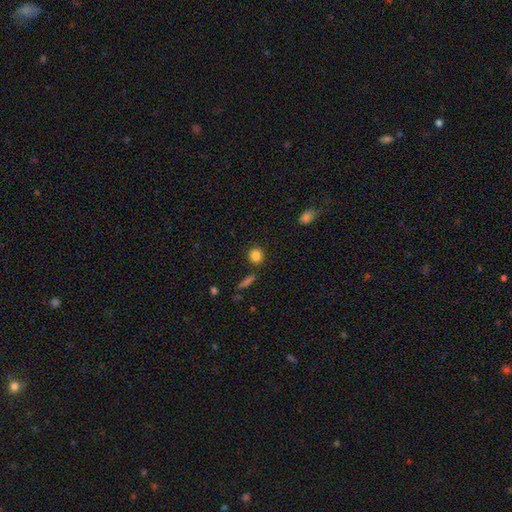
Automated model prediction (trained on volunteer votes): This appears to be a smooth galaxy with no disk features (84%) that is round (83%). Merging: none (85%).